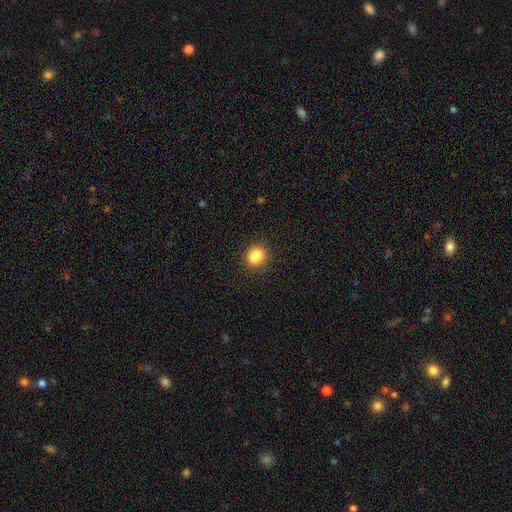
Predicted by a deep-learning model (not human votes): Q: Smooth or featured?
A: smooth (83%); runner-up: star or artifact (10%)
Q: How rounded?
A: round (50%); runner-up: in between (48%)
Q: Merging?
A: none (75%); runner-up: minor disturbance (14%)